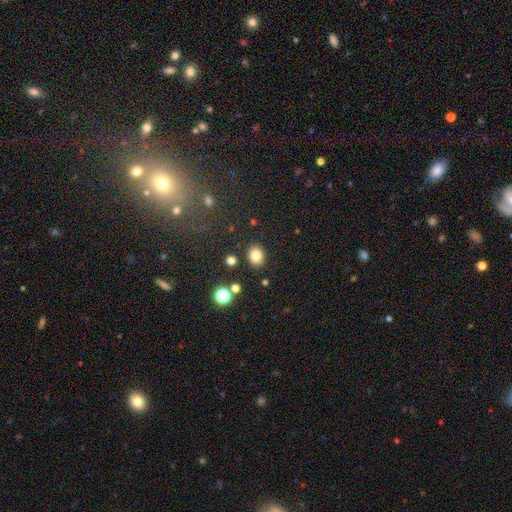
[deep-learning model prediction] smooth_or_featured: smooth (p=0.82) [alt: star or artifact p=0.12]
how_rounded: round (p=0.54) [alt: in between p=0.45]
merging: none (p=0.87) [alt: minor disturbance p=0.08]